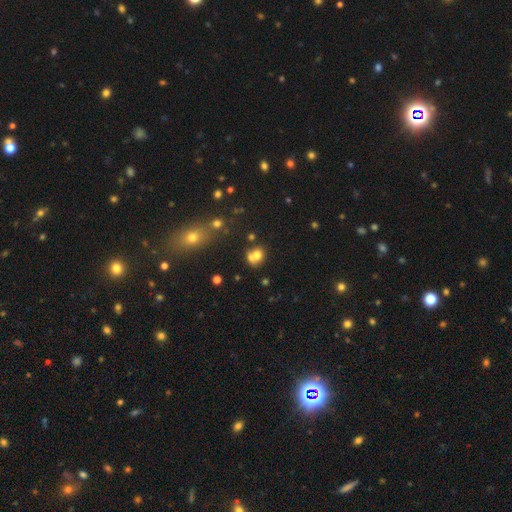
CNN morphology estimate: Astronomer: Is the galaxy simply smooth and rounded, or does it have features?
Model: smooth — 70%.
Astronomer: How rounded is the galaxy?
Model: round — 70%.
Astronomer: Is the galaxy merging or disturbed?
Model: merger — 46% (runner-up: none, 40%).